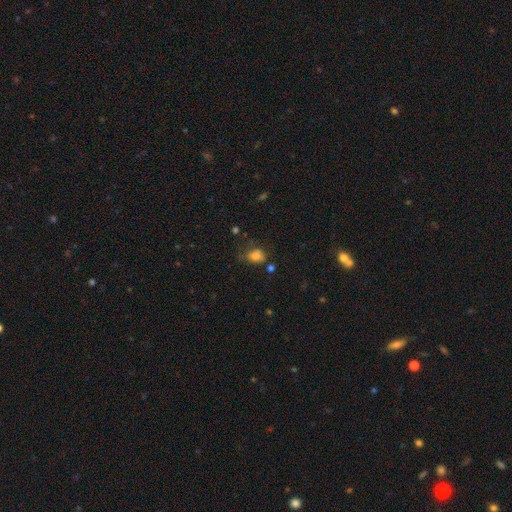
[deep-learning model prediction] This is likely a smooth galaxy (79%). How rounded: likely in between (64%). Merging: possibly none (51%).